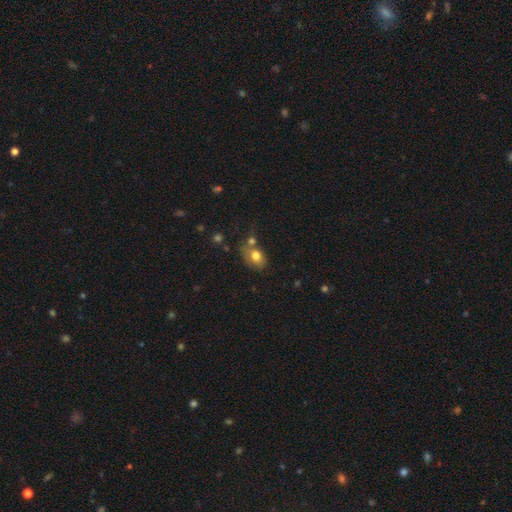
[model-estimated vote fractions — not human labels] smooth 76%, featured or disk 14%, star or artifact 10%. Down the decision tree: how rounded — in between (75%); merging — none (48%).